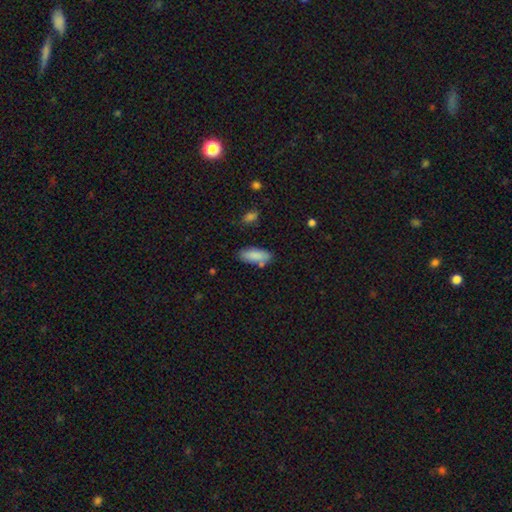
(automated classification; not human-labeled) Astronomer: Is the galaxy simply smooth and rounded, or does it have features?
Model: smooth — 87%.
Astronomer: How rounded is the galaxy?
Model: in between — 79%.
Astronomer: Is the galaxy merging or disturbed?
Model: none — 77%.